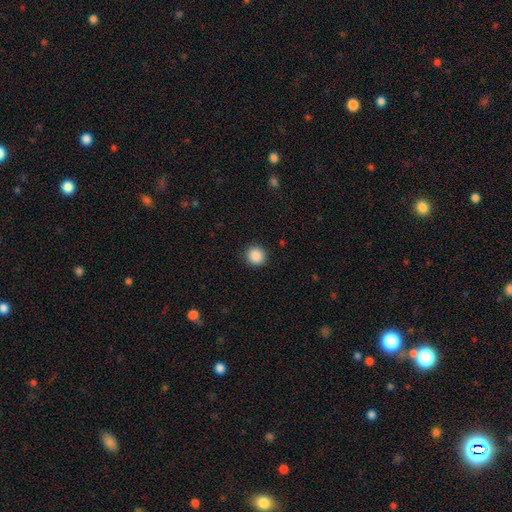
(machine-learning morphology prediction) Smooth or featured: smooth — 88% (star or artifact — 9%)
How rounded: round — 93% (in between — 6%)
Merging: none — 91% (minor disturbance — 6%)